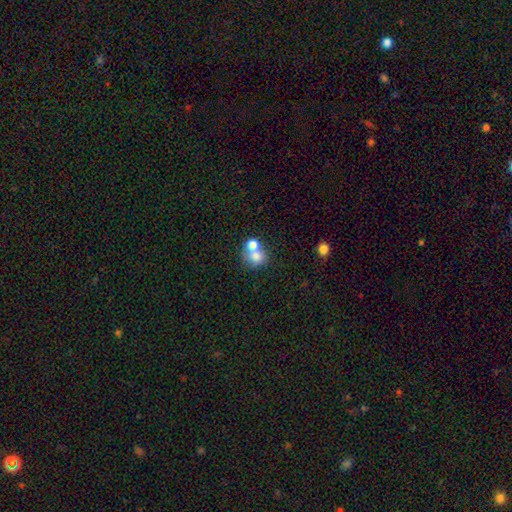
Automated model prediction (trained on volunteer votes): Smooth or featured? Predicted: smooth (p=0.74). How rounded? Predicted: round (p=0.75). Merging? Predicted: merger (p=0.57).